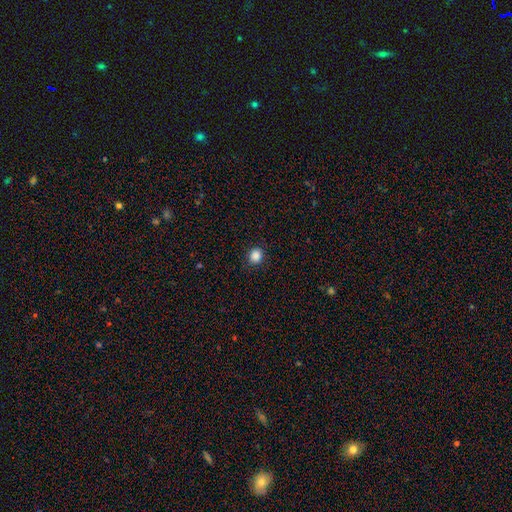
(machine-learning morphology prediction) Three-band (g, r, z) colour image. It shows a smooth galaxy with no disk features (87%) that is round (83%). Merging: none (90%).